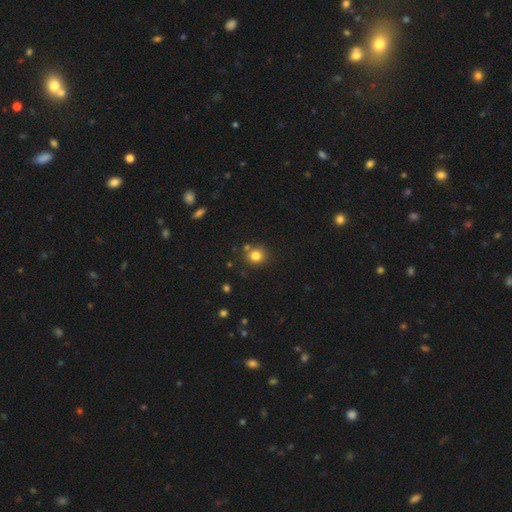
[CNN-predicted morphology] smooth 81%, star or artifact 13%, featured or disk 7%. Down the decision tree: how rounded — round (88%); merging — none (77%).